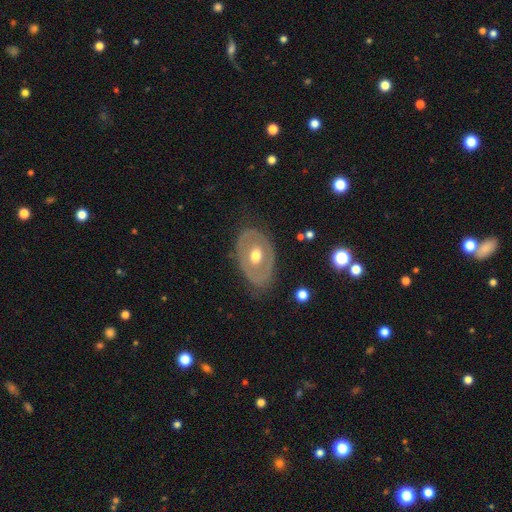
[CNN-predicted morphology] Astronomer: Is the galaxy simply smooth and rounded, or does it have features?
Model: featured or disk — 56% (runner-up: smooth, 38%).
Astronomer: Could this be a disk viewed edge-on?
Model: no — 91%.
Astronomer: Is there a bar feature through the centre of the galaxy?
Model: no — 86%.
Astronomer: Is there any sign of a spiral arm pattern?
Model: no — 87%.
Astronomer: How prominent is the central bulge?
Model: moderate — 76%.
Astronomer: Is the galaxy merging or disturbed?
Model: none — 74%.